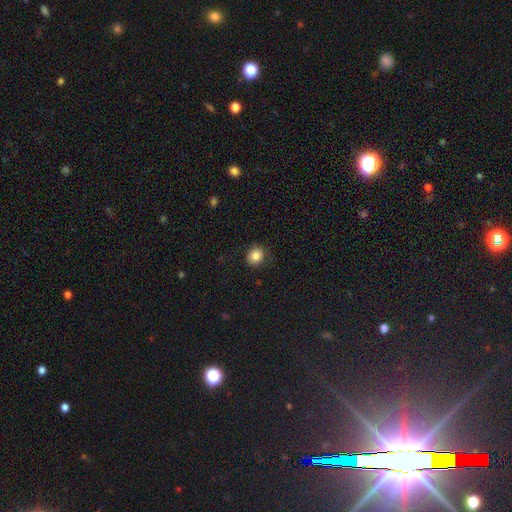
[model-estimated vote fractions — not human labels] Smooth or featured? Predicted: smooth (p=0.84). How rounded? Predicted: round (p=0.77). Merging? Predicted: none (p=0.85).